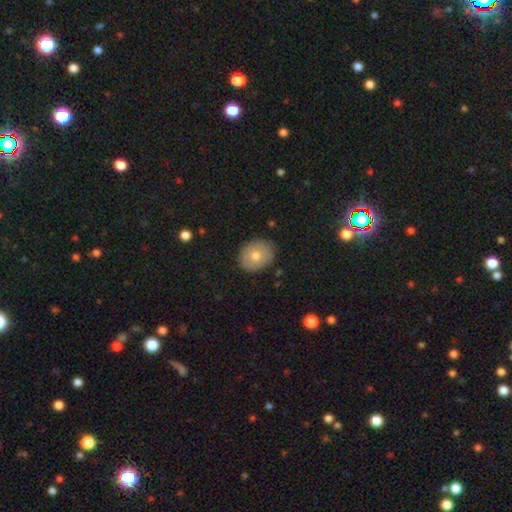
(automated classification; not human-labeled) Smooth or featured? smooth (70%)
How rounded? round (50%)
Merging? none (85%)